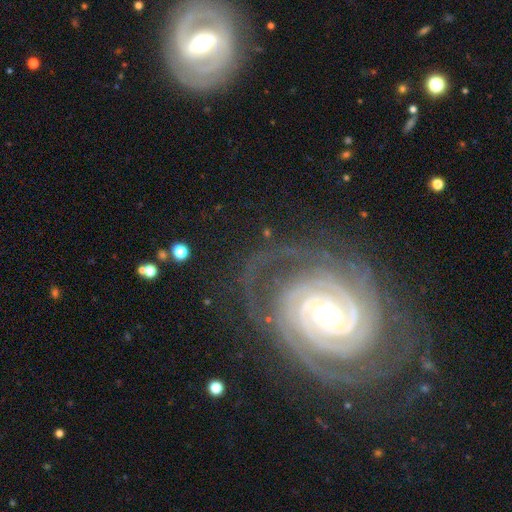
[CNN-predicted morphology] This is clearly a featured or disk galaxy (90%). It is clearly not viewed edge-on (97%). Bar: marginally no (39%). Spiral arm pattern: clearly yes (98%). Spiral arm count: marginally 2 (41%). Spiral winding: clearly tight (82%). Central bulge: possibly moderate (53%). Merging: likely none (72%).